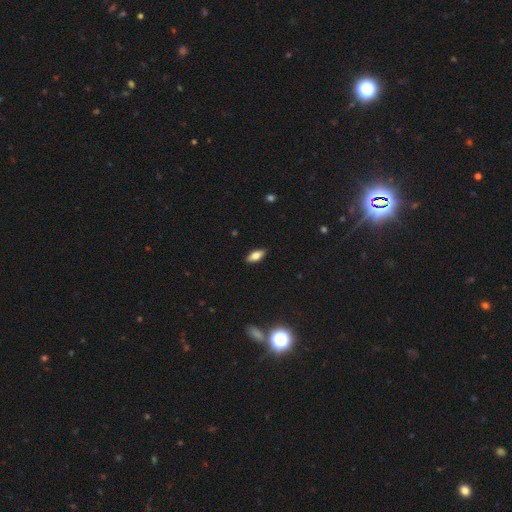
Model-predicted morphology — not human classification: This is likely a smooth galaxy (76%). How rounded: clearly in between (85%). Merging: clearly none (89%).